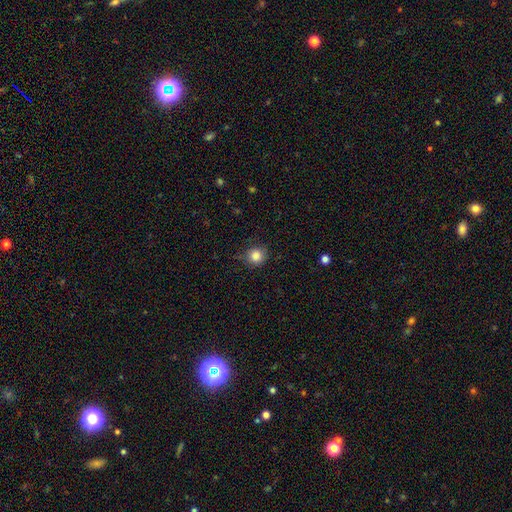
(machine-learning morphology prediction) Smooth or featured?
  - smooth: 85% *
  - star or artifact: 10%
  - featured or disk: 4%
How rounded?
  - round: 92% *
  - in between: 7%
  - cigar-shaped: 1%
Merging?
  - none: 81% *
  - minor disturbance: 14%
  - major disturbance: 3%
  - merger: 1%